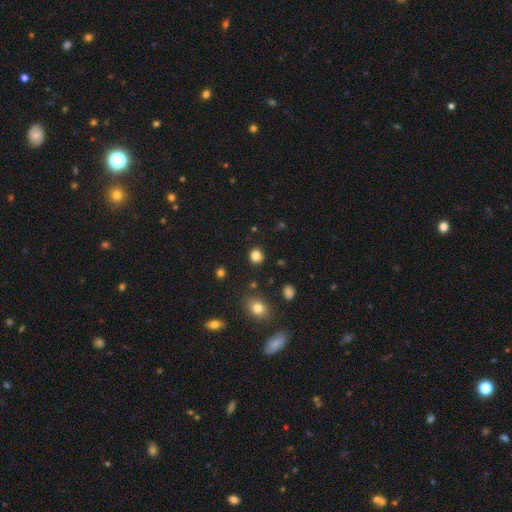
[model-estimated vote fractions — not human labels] This is clearly a smooth galaxy (82%). How rounded: clearly round (81%). Merging: clearly none (87%).